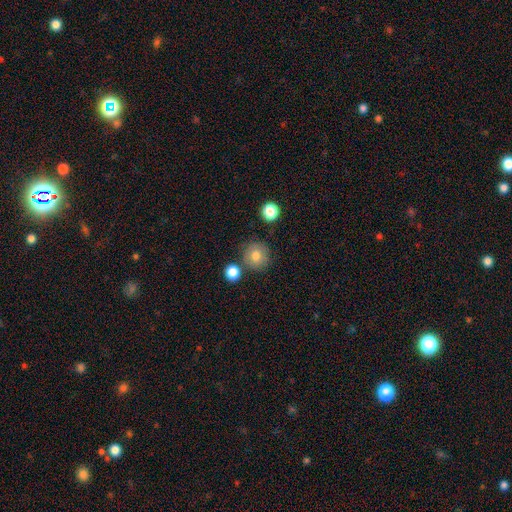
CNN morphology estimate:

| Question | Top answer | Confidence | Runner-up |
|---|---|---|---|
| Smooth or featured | smooth | 79% | featured or disk (11%) |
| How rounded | round | 93% | in between (6%) |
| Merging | none | 78% | minor disturbance (11%) |